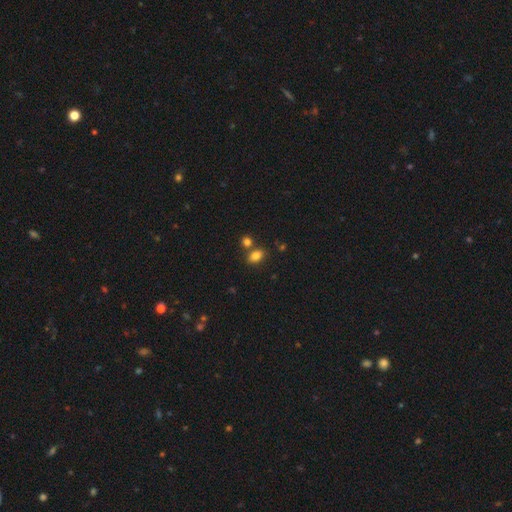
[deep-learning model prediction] smooth-or-featured: smooth: 82% | star or artifact: 11% | featured or disk: 7%
  how-rounded: in between: 81% | round: 18% | cigar-shaped: 2%
  merging: none: 68% | merger: 17% | minor disturbance: 11% | major disturbance: 3%